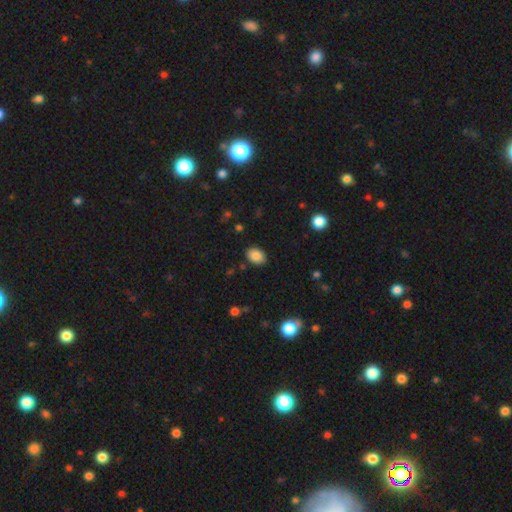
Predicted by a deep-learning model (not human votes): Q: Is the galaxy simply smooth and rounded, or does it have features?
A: smooth — 86%.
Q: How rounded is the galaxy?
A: in between — 74%.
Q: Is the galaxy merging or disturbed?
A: none — 88%.